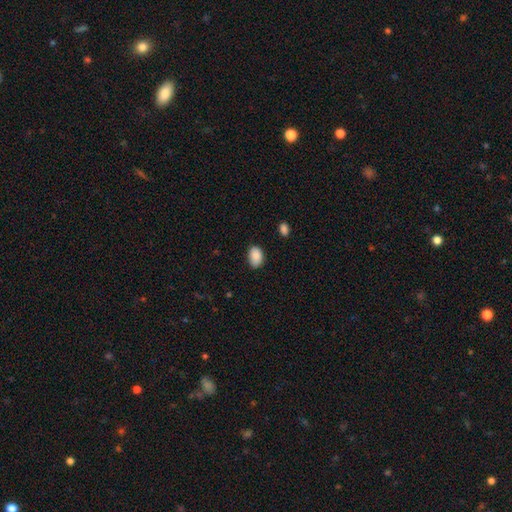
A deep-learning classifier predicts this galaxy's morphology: This appears to be a smooth galaxy with no disk features (89%) that is in between round and cigar-shaped (87%). Merging: none (82%).